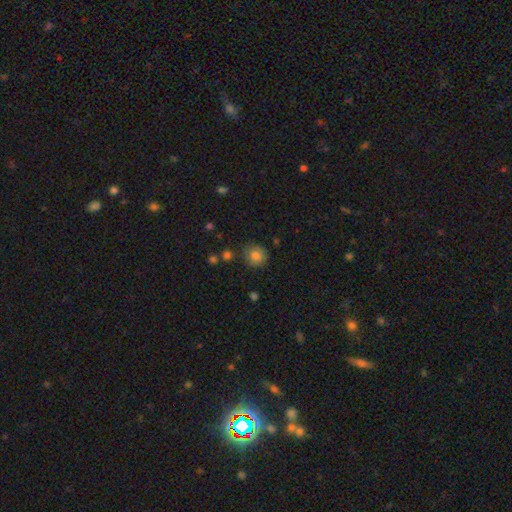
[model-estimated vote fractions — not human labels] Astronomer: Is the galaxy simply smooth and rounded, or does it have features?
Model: smooth — 82%.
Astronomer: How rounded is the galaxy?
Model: round — 90%.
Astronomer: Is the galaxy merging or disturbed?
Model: none — 83%.